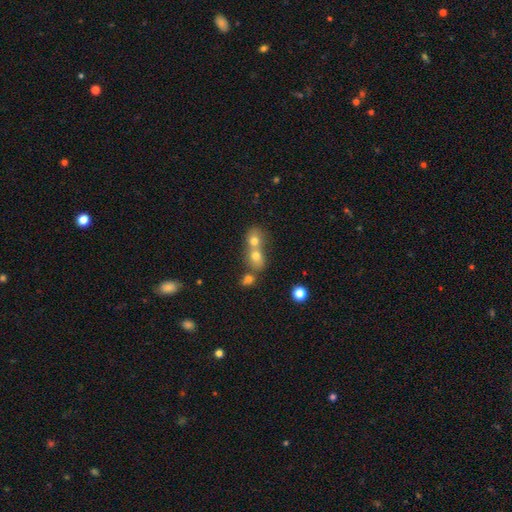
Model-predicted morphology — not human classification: Smooth or featured? smooth (59%)
How rounded? round (62%)
Merging? merger (65%)